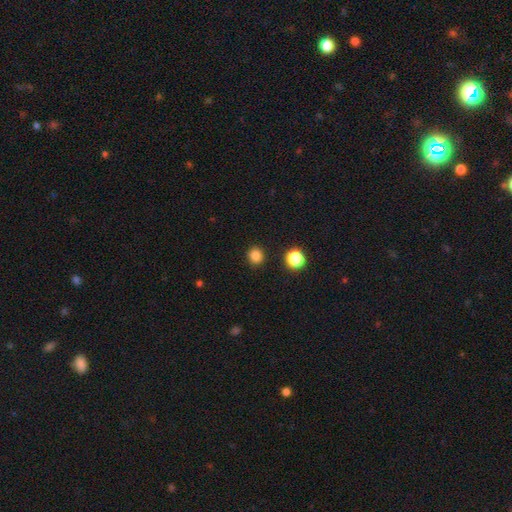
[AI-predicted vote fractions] Smooth or featured: smooth — 84% (star or artifact — 13%)
How rounded: round — 89% (in between — 10%)
Merging: none — 91% (minor disturbance — 5%)